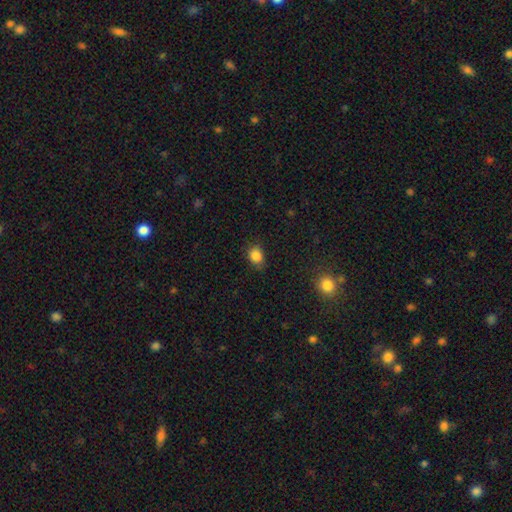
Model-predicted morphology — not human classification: type=smooth (85%); roundness=in between (50%); merging=none (72%).